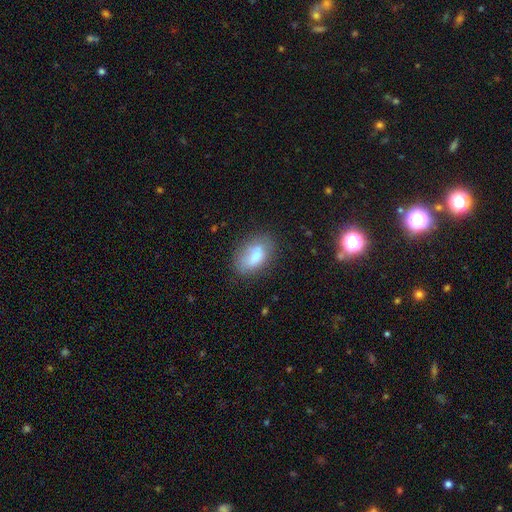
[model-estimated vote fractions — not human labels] A smooth galaxy with no disk features (69%) that is in between round and cigar-shaped (86%). Merging: none (62%).